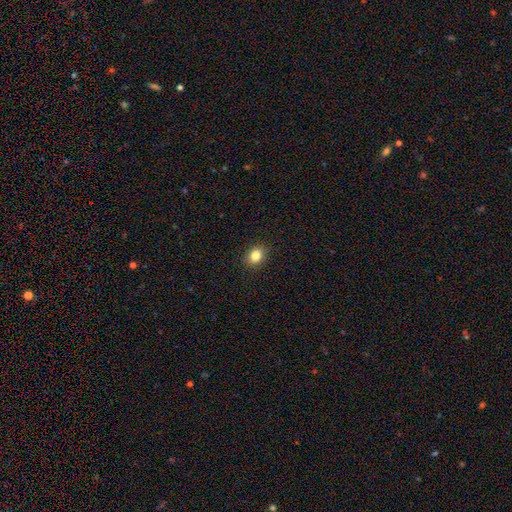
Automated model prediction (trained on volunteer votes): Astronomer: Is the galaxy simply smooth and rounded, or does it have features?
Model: smooth — 84%.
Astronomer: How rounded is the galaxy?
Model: round — 51% (runner-up: in between, 48%).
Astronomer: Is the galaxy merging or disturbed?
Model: none — 89%.